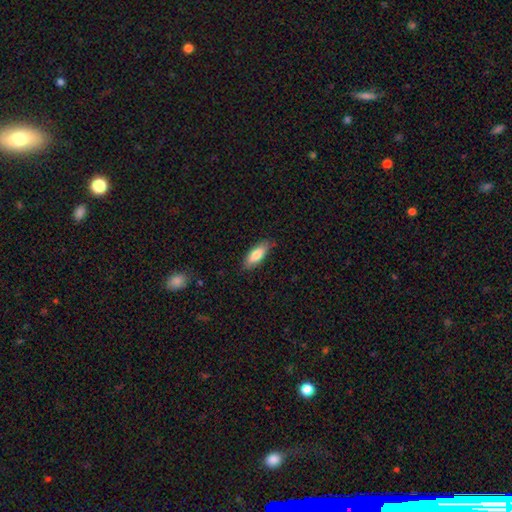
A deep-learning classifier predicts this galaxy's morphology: smooth-or-featured: smooth: 80% | featured or disk: 14% | star or artifact: 6%
  how-rounded: in between: 70% | cigar-shaped: 28% | round: 2%
  merging: none: 82% | minor disturbance: 14% | major disturbance: 3% | merger: 1%